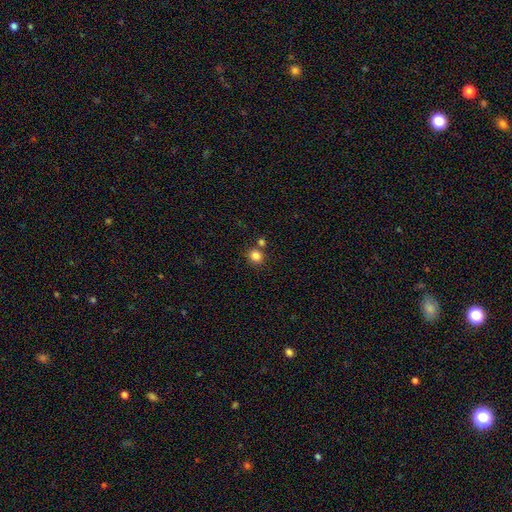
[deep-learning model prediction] smooth 84%, star or artifact 12%, featured or disk 5%. Down the decision tree: how rounded — round (85%); merging — none (73%).